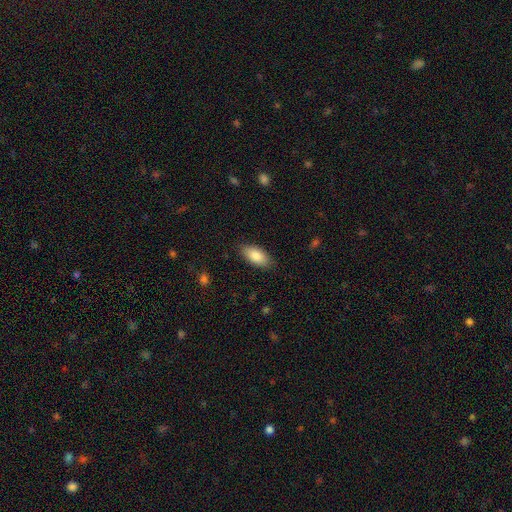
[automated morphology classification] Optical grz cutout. It shows a smooth galaxy with no disk features (85%) that is in between round and cigar-shaped (90%). Merging: none (86%).